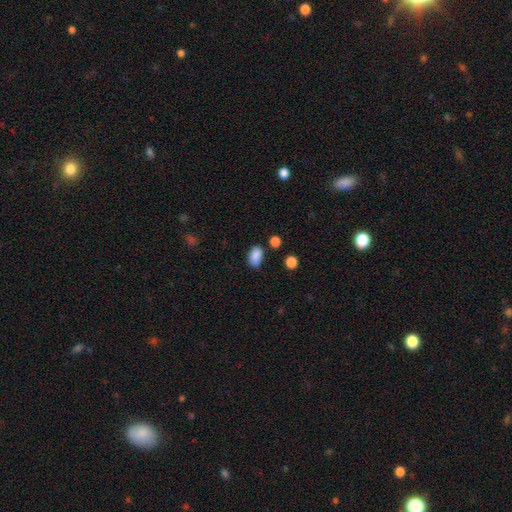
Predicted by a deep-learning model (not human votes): A smooth galaxy with no disk features (88%) that is in between round and cigar-shaped (90%). Merging: none (73%).